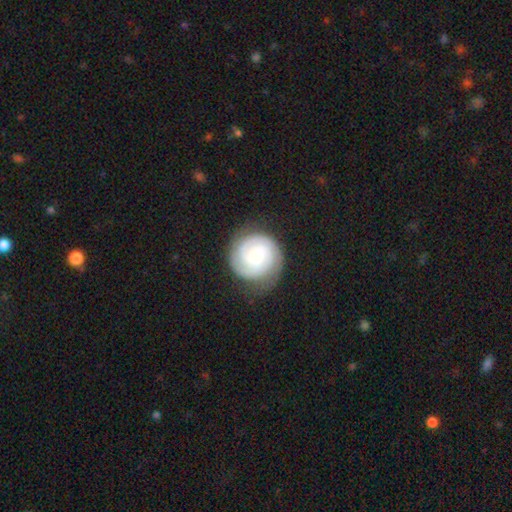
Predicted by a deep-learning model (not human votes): featured or disk 83%, smooth 12%, star or artifact 5%. Down the decision tree: edge-on disk — no (98%); bar — no (70%); spiral arms — yes (98%); spiral arm count — 2 (47%); spiral winding — tight (79%); bulge size — small (65%); merging — none (80%).